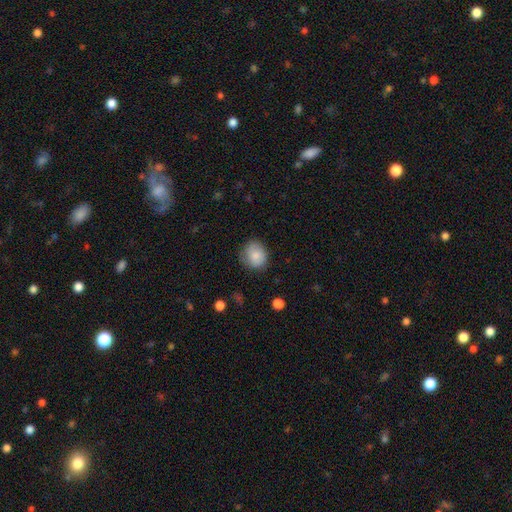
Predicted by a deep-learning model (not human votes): A smooth galaxy with no disk features (82%) that is round (70%).

Vote fractions:
- Smooth or featured? smooth: 82% / featured or disk: 10% / star or artifact: 8%
- How rounded? round: 70% / in between: 29% / cigar-shaped: 1%
- Merging? none: 71% / minor disturbance: 23% / major disturbance: 5% / merger: 1%